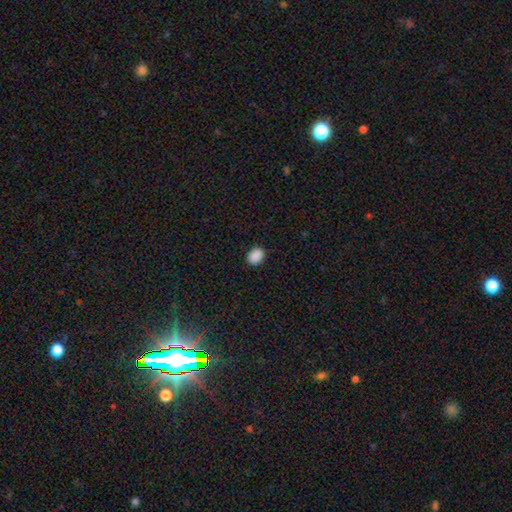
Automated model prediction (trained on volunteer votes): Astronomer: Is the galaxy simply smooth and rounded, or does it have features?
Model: smooth — 89%.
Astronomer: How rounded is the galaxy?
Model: in between — 65%.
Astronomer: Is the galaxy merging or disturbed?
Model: none — 90%.